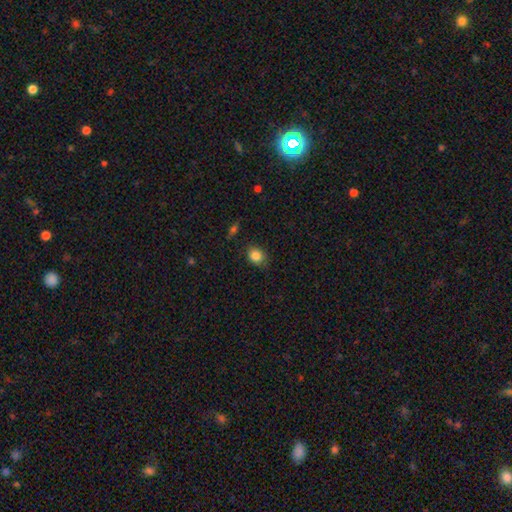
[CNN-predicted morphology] Overall: smooth (84%). How rounded: round (57%; in between 42%). Merging: none (78%).